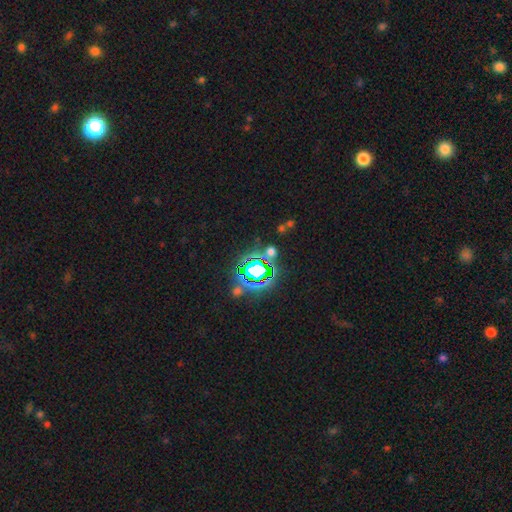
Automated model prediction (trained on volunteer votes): Smooth or featured? Predicted: star or artifact (p=0.79).